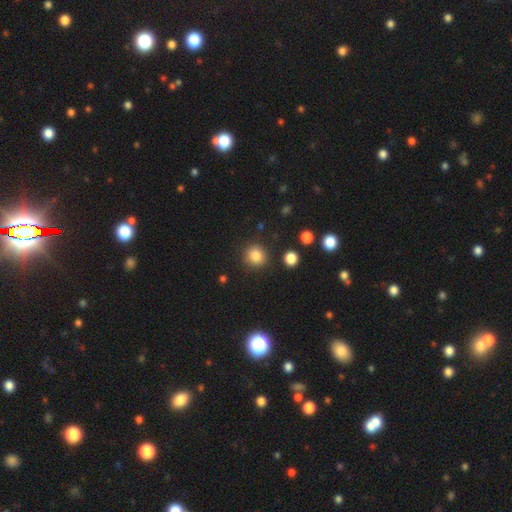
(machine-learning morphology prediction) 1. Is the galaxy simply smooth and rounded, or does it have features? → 84% smooth, 11% star or artifact, 5% featured or disk.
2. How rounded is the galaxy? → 90% round, 9% in between, 1% cigar-shaped.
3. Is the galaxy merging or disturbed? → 87% none, 7% minor disturbance, 3% major disturbance, 2% merger.